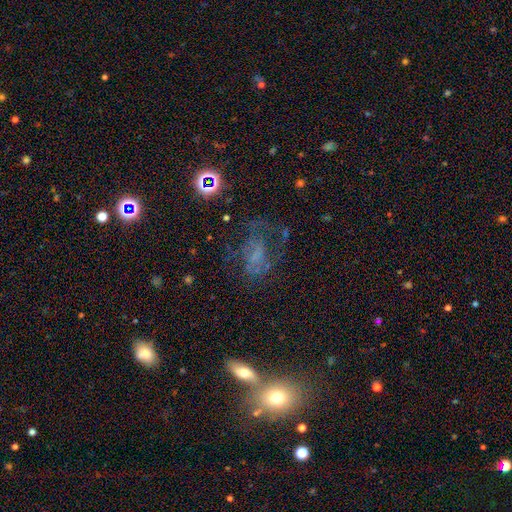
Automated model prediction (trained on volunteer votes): smooth_or_featured: featured or disk (p=0.49) [alt: smooth p=0.27]
merging: none (p=0.46) [alt: major disturbance p=0.30]